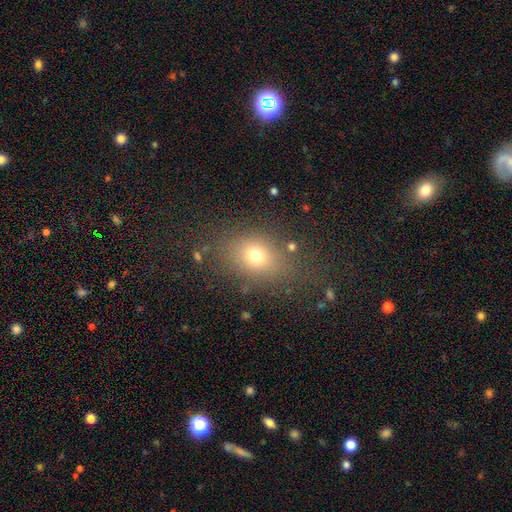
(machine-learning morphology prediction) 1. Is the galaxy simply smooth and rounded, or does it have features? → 71% smooth, 17% star or artifact, 12% featured or disk.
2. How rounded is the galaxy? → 61% in between, 37% round, 2% cigar-shaped.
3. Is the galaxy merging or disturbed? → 77% none, 13% minor disturbance, 7% major disturbance, 3% merger.